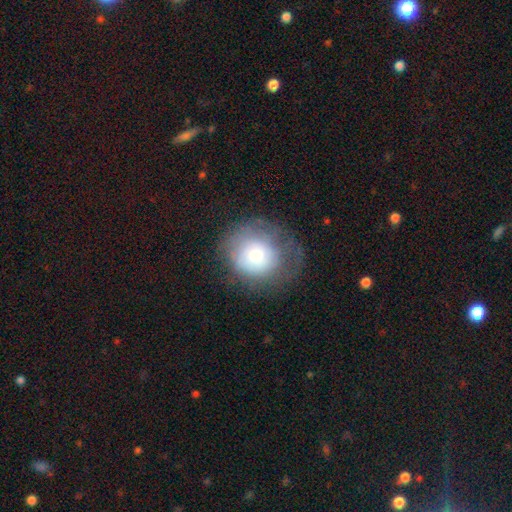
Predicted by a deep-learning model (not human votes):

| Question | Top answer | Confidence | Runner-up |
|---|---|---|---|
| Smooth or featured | smooth | 62% | featured or disk (28%) |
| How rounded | round | 83% | in between (16%) |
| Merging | none | 52% | minor disturbance (24%) |